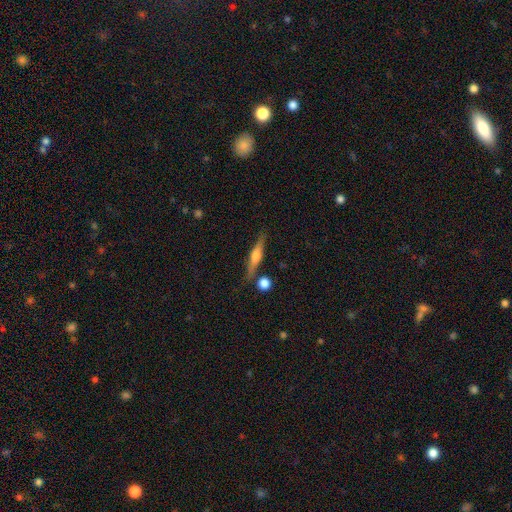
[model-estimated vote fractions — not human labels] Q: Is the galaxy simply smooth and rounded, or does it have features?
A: featured or disk — 61%.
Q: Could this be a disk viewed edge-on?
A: yes — 96%.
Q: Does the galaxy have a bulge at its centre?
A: rounded — 79%.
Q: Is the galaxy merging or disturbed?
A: none — 81%.